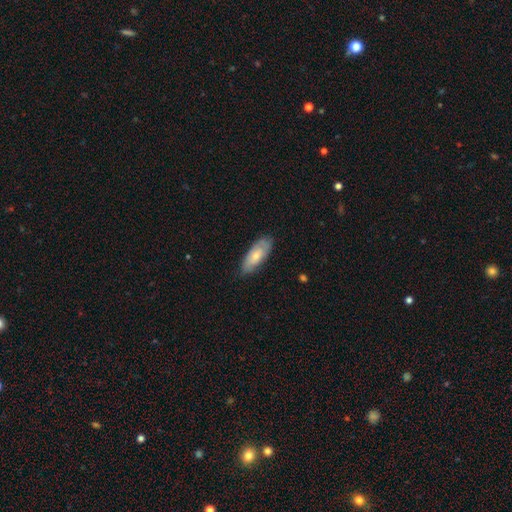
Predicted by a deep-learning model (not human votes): A smooth galaxy with no disk features (63%) that is in between round and cigar-shaped (77%). Merging: none (77%).